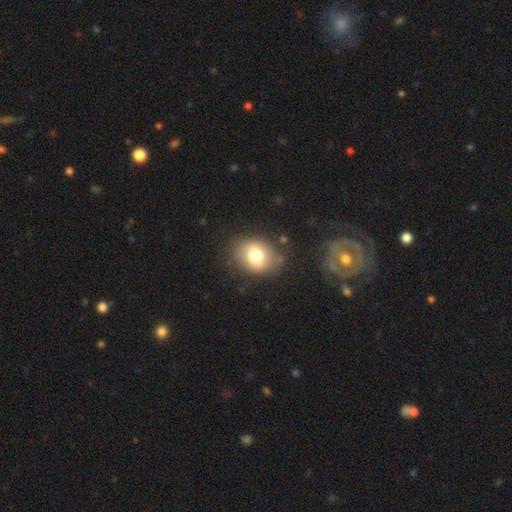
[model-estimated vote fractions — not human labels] This appears to be a smooth galaxy with no disk features (75%) that is in between round and cigar-shaped (57%). Merging: none (75%).